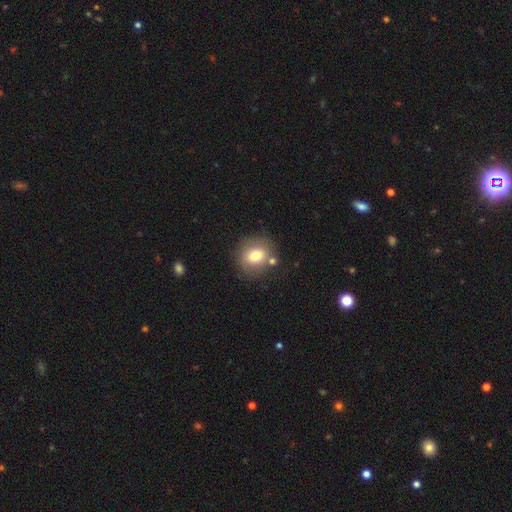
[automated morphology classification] Smooth or featured? smooth (74%)
How rounded? round (72%)
Merging? none (73%)